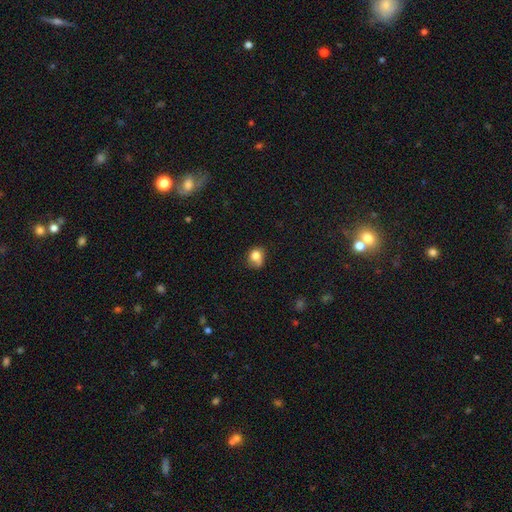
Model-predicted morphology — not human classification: Overall: smooth (78%). How rounded: round (63%; in between 36%). Merging: none (48%; minor disturbance 34%).